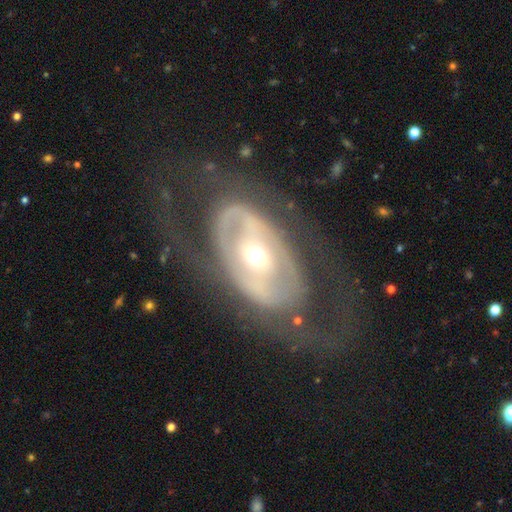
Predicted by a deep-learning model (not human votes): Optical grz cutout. It shows a featured or disk galaxy (78%) with no bar (52%), no spiral arms (54%) and a moderate central bulge (63%). Merging: none (68%).